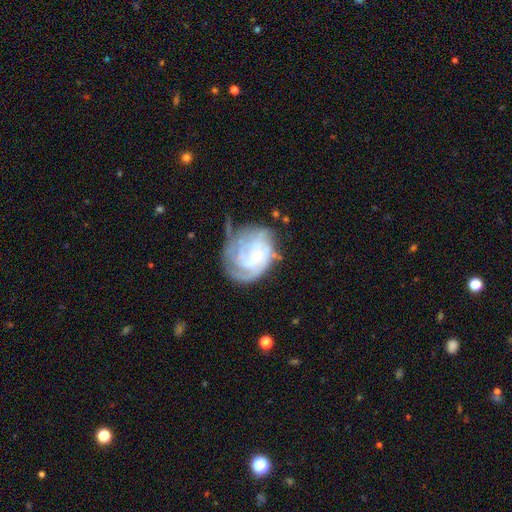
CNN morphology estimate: Smooth or featured? featured or disk (81%)
Edge-on disk? no (98%)
Bar? no (68%)
Spiral arms? yes (93%)
Spiral winding? tight (67%)
Spiral arm count? can't tell (35%)
Bulge size? small (72%)
Merging? none (53%)